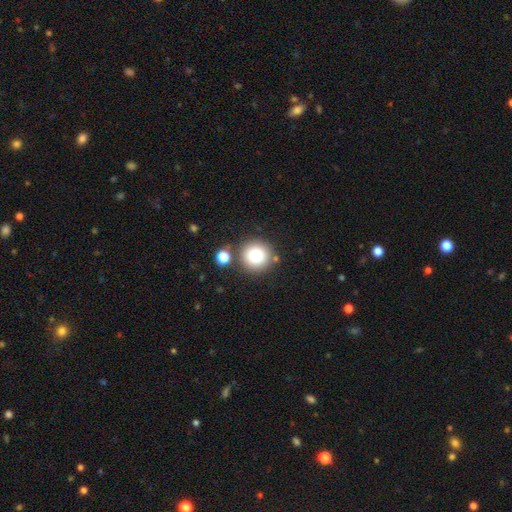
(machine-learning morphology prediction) Smooth or featured? smooth (82%)
How rounded? round (94%)
Merging? none (80%)